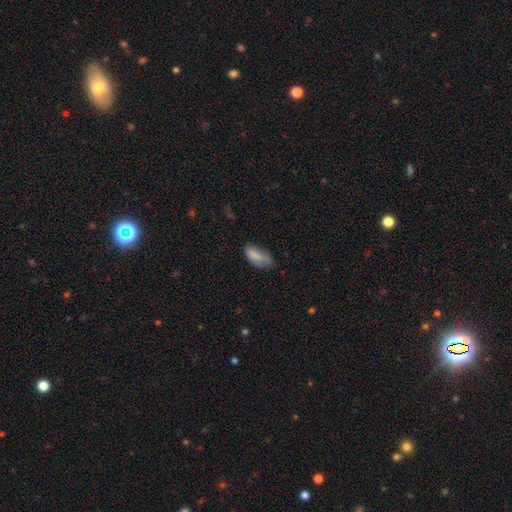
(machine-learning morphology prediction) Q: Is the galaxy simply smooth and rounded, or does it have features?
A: smooth — 80%.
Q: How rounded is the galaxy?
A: in between — 87%.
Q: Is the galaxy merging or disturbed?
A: none — 46%.